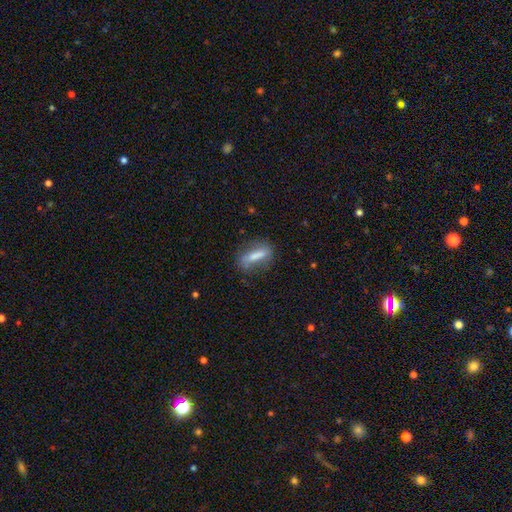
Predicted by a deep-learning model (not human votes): Smooth or featured? smooth (56%)
How rounded? cigar-shaped (57%)
Merging? none (72%)